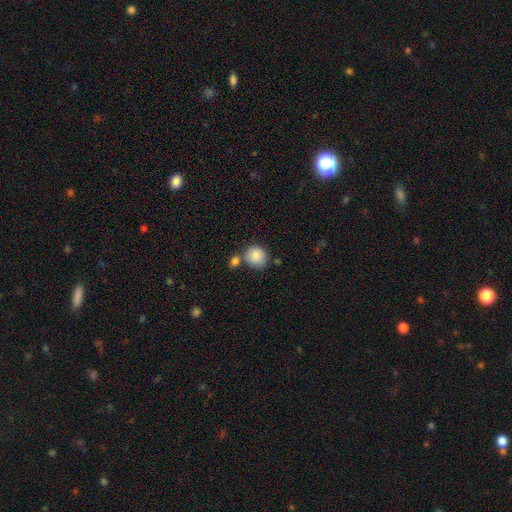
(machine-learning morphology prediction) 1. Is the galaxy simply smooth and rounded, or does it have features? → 87% smooth, 8% star or artifact, 6% featured or disk.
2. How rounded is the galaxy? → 78% round, 21% in between, 1% cigar-shaped.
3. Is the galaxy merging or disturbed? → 59% none, 22% merger, 14% minor disturbance, 4% major disturbance.